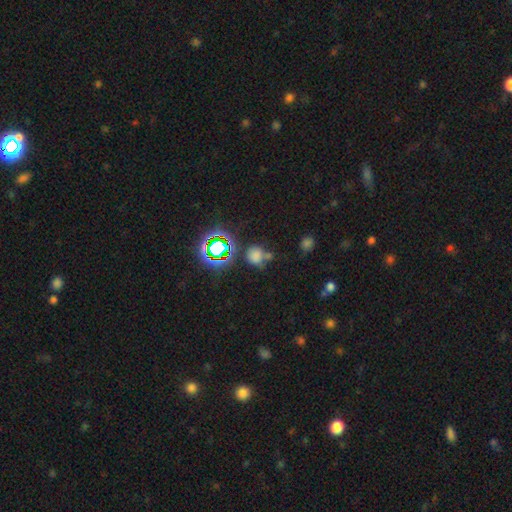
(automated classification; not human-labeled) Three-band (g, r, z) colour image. It shows a smooth galaxy with no disk features (63%) that is round (79%). Merging: none (59%).